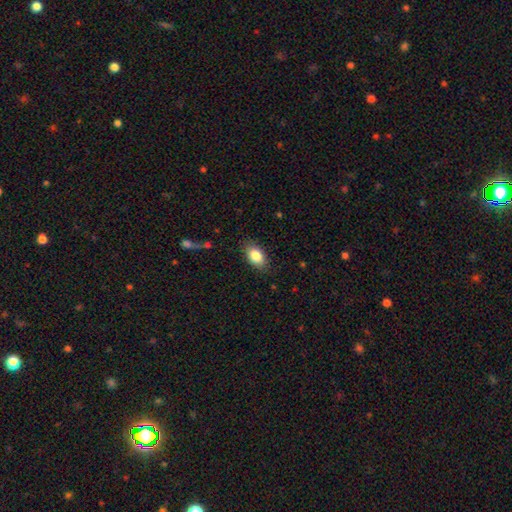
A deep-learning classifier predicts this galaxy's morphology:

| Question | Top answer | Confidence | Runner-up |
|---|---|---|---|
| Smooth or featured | smooth | 84% | featured or disk (9%) |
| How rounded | in between | 91% | round (7%) |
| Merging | none | 85% | minor disturbance (11%) |